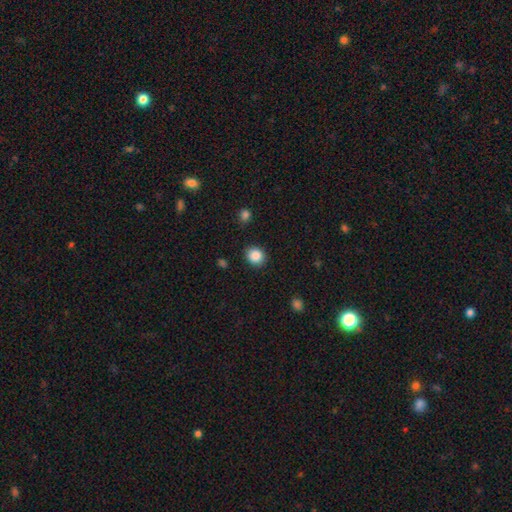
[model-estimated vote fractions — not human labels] Q: Smooth or featured?
A: smooth (88%); runner-up: star or artifact (9%)
Q: How rounded?
A: round (77%); runner-up: in between (23%)
Q: Merging?
A: none (87%); runner-up: minor disturbance (9%)